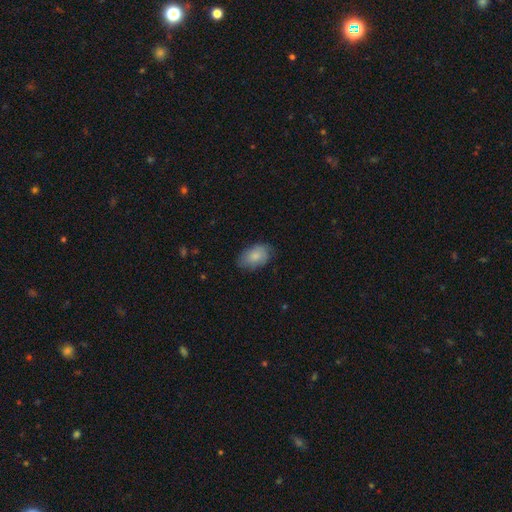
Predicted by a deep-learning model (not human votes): Smooth or featured? Predicted: smooth (p=0.82). How rounded? Predicted: in between (p=0.91). Merging? Predicted: none (p=0.75).